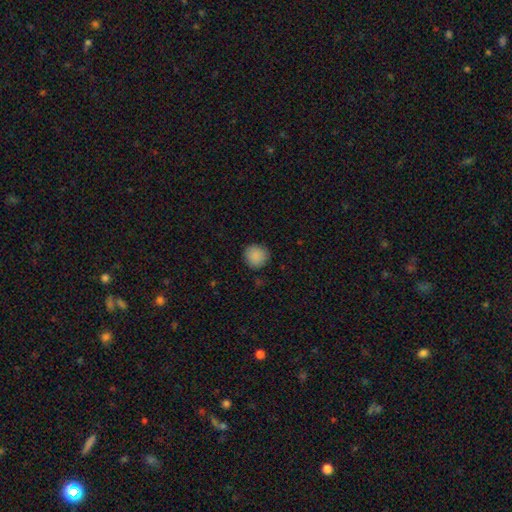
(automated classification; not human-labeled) Smooth or featured?
  - smooth: 89% *
  - star or artifact: 9%
  - featured or disk: 3%
How rounded?
  - round: 93% *
  - in between: 6%
  - cigar-shaped: 1%
Merging?
  - none: 88% *
  - minor disturbance: 8%
  - major disturbance: 2%
  - merger: 1%